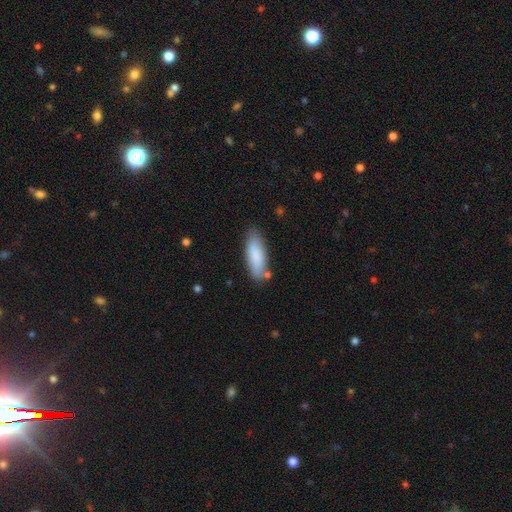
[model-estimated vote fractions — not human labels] A smooth galaxy with no disk features (84%) that is in between round and cigar-shaped (59%).

Vote fractions:
- Smooth or featured? smooth: 84% / featured or disk: 10% / star or artifact: 6%
- How rounded? in between: 59% / cigar-shaped: 39% / round: 2%
- Merging? none: 79% / minor disturbance: 14% / merger: 4% / major disturbance: 3%